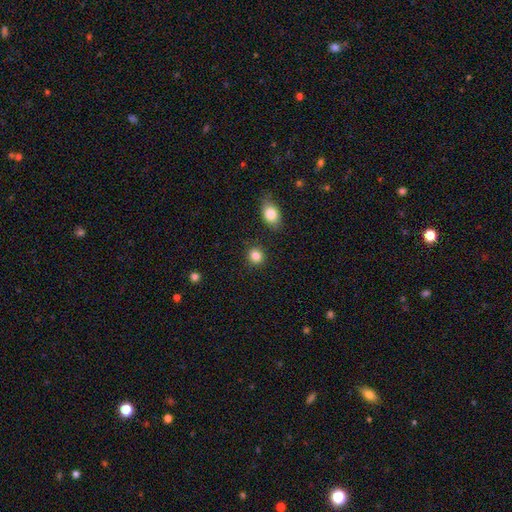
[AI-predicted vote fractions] Smooth or featured?
  - smooth: 85% *
  - star or artifact: 10%
  - featured or disk: 4%
How rounded?
  - round: 82% *
  - in between: 17%
  - cigar-shaped: 1%
Merging?
  - none: 87% *
  - minor disturbance: 7%
  - merger: 3%
  - major disturbance: 2%